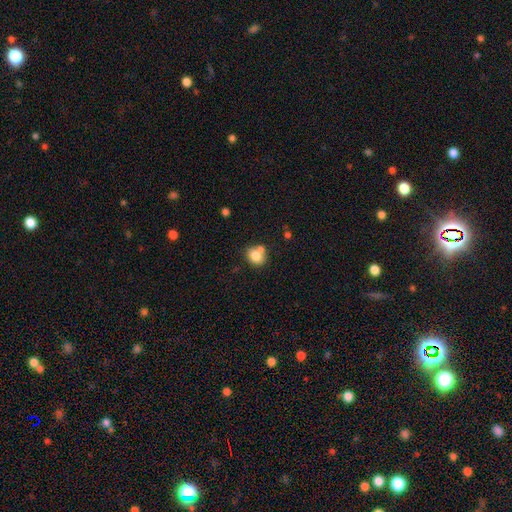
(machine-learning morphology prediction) This appears to be a smooth galaxy with no disk features (79%) that is round (59%). Merging: none (55%).